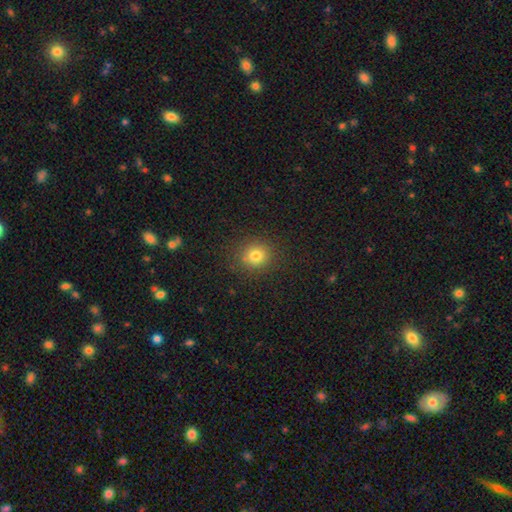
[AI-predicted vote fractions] Smooth or featured?
  - smooth: 79% *
  - star or artifact: 15%
  - featured or disk: 7%
How rounded?
  - round: 85% *
  - in between: 14%
  - cigar-shaped: 1%
Merging?
  - none: 88% *
  - minor disturbance: 8%
  - major disturbance: 3%
  - merger: 1%